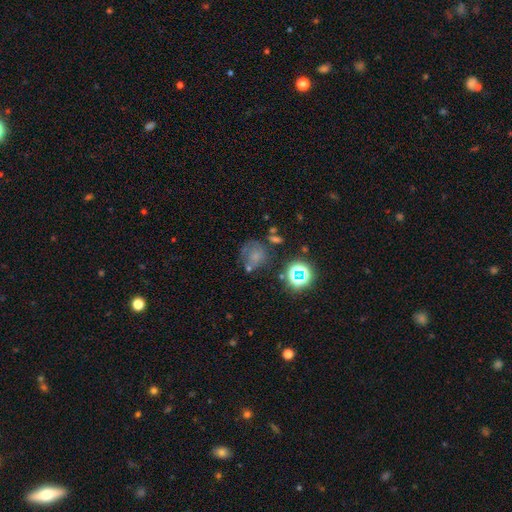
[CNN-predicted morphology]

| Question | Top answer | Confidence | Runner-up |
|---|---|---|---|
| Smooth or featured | smooth | 55% | star or artifact (24%) |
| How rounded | round | 71% | in between (28%) |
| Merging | none | 44% | minor disturbance (24%) |